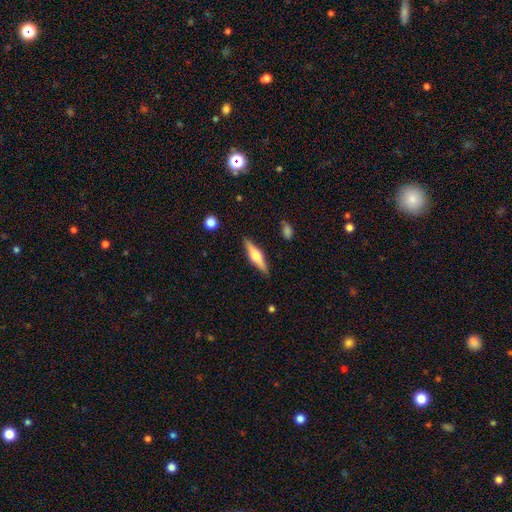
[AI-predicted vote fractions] smooth-or-featured: featured or disk: 64% | smooth: 31% | star or artifact: 6%
  disk-edge-on: yes: 97% | no: 3%
    edge-on-bulge: rounded: 91% | boxy: 6% | none: 2%
  merging: none: 89% | minor disturbance: 8% | major disturbance: 2% | merger: 1%